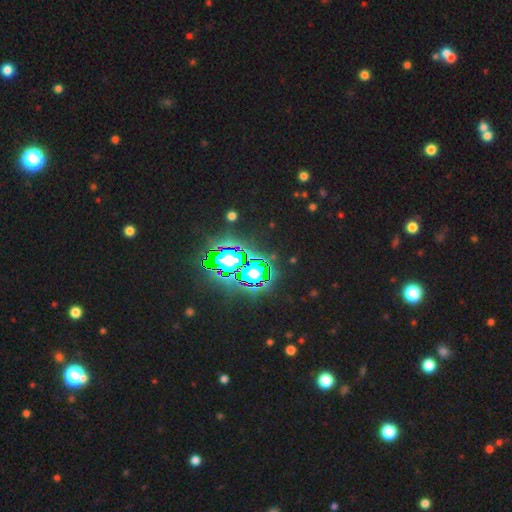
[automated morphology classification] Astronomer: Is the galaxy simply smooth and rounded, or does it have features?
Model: star or artifact — 84%.